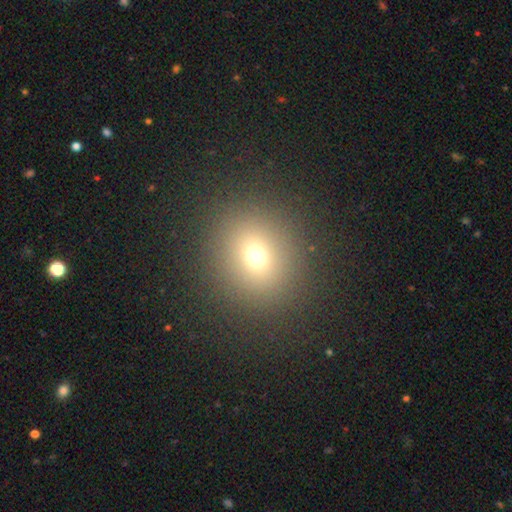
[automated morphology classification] smooth-or-featured: smooth: 70% | star or artifact: 20% | featured or disk: 11%
  how-rounded: round: 82% | in between: 17% | cigar-shaped: 1%
  merging: none: 89% | minor disturbance: 6% | major disturbance: 4% | merger: 1%